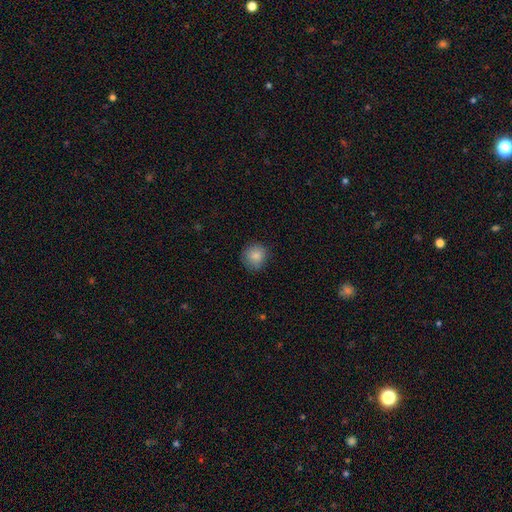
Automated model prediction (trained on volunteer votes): Overall: smooth (84%). How rounded: round (89%). Merging: none (82%).